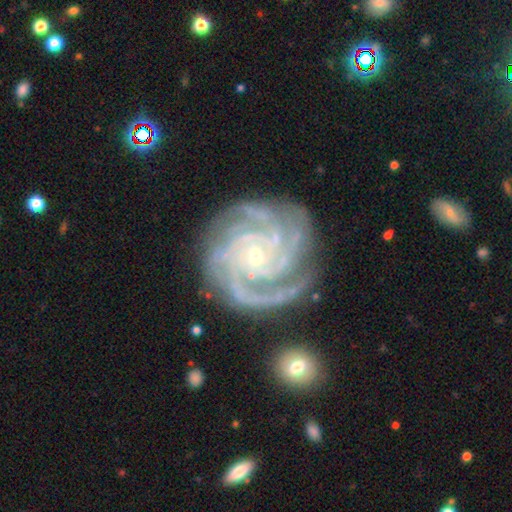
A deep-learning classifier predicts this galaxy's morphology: smooth_or_featured: featured or disk (p=0.93) [alt: star or artifact p=0.05]
disk_edge_on: no (p=0.98) [alt: yes p=0.02]
bar: no (p=0.74) [alt: weak p=0.18]
has_spiral_arms: yes (p=0.99) [alt: no p=0.01]
spiral_winding: tight (p=0.76) [alt: medium p=0.22]
spiral_arm_count: 4 (p=0.37) [alt: 3 p=0.22]
bulge_size: small (p=0.83) [alt: moderate p=0.14]
merging: none (p=0.77) [alt: minor disturbance p=0.15]